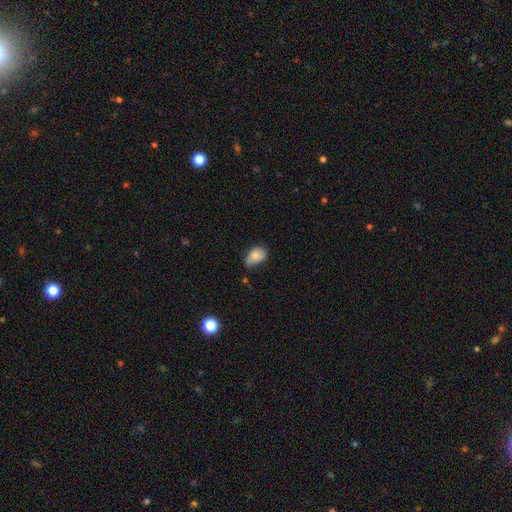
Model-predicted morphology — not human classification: Smooth or featured? Predicted: smooth (p=0.77). How rounded? Predicted: in between (p=0.84). Merging? Predicted: minor disturbance (p=0.43).